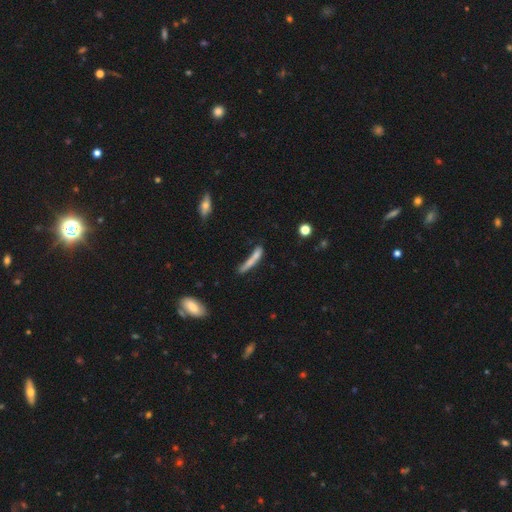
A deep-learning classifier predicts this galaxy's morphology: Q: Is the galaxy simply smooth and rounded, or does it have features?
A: smooth — 63%.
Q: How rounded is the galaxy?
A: cigar-shaped — 90%.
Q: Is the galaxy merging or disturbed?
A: none — 48%.